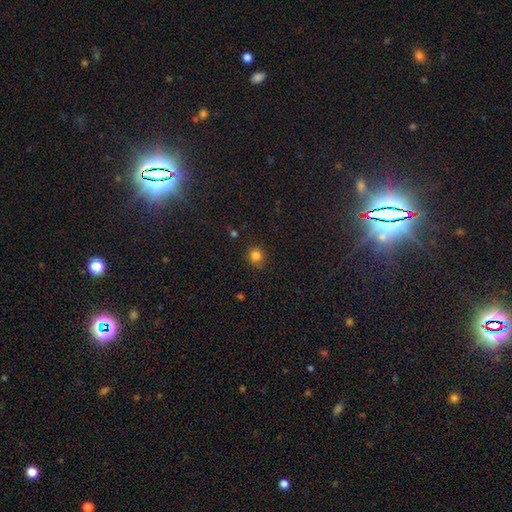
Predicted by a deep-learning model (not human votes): Smooth or featured?
  - smooth: 83% *
  - star or artifact: 13%
  - featured or disk: 4%
How rounded?
  - round: 89% *
  - in between: 10%
  - cigar-shaped: 1%
Merging?
  - none: 87% *
  - minor disturbance: 9%
  - major disturbance: 3%
  - merger: 2%